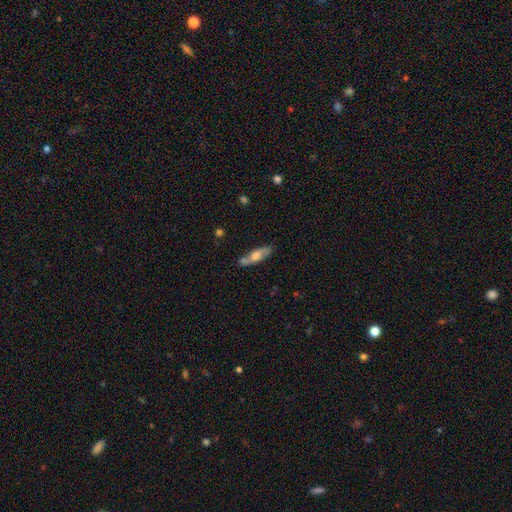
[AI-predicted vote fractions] Smooth or featured? Predicted: smooth (p=0.49). Merging? Predicted: none (p=0.74).